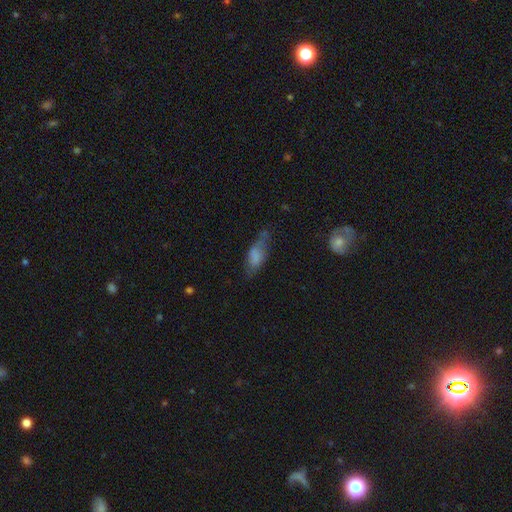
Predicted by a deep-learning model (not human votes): The model was most divided on "merging": none: 51%, minor disturbance: 30%, major disturbance: 15%, merger: 4%. More confident: smooth or featured — smooth (68%); how rounded — in between (67%).